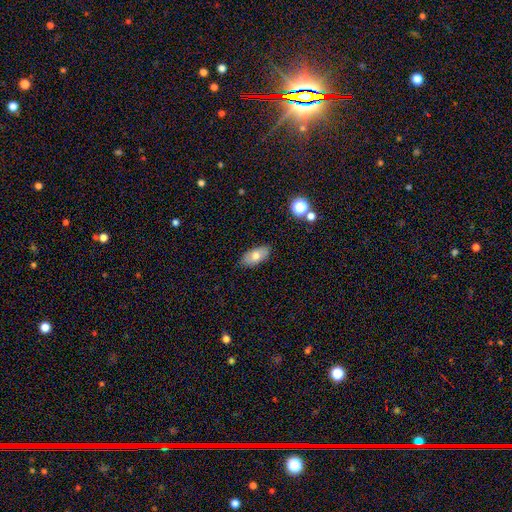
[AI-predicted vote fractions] Smooth or featured? Predicted: smooth (p=0.72). How rounded? Predicted: in between (p=0.91). Merging? Predicted: none (p=0.85).